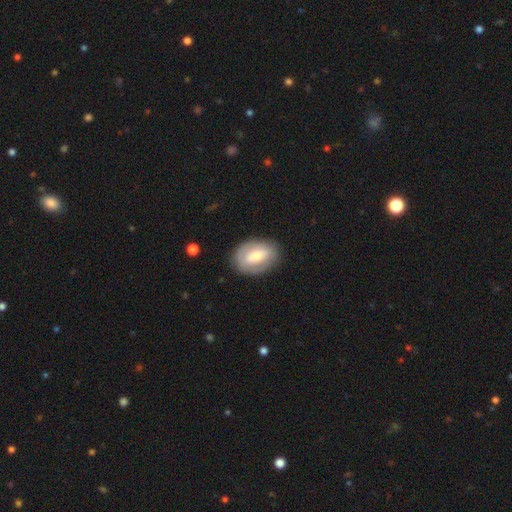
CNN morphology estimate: Q: Smooth or featured?
A: smooth (49%); runner-up: featured or disk (44%)
Q: Merging?
A: none (81%); runner-up: minor disturbance (13%)